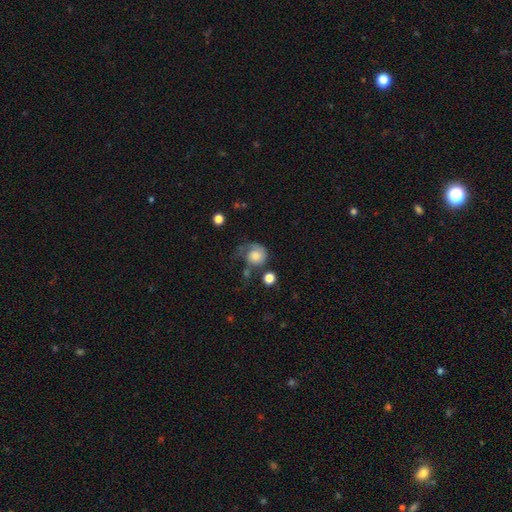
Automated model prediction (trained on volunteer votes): This is possibly a smooth galaxy (60%). How rounded: likely round (77%). Merging: marginally major disturbance (40%).